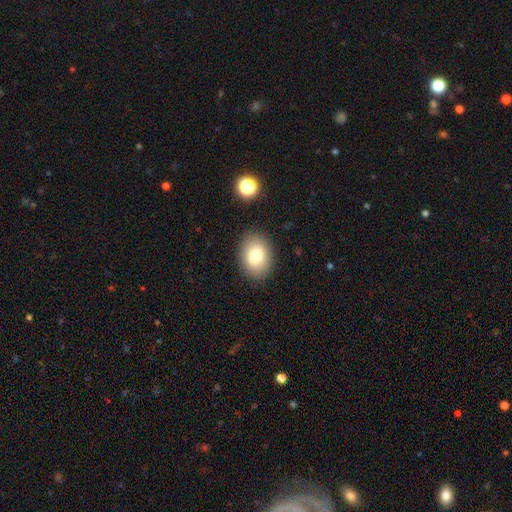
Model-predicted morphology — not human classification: Smooth or featured: smooth — 79% (featured or disk — 11%)
How rounded: in between — 70% (round — 29%)
Merging: none — 87% (minor disturbance — 9%)